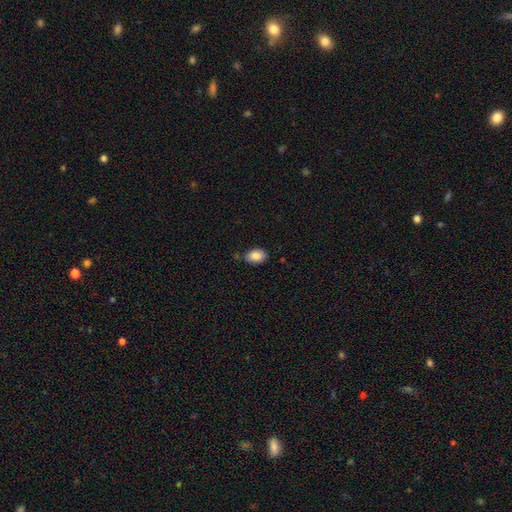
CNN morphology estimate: A smooth galaxy with no disk features (84%) that is in between round and cigar-shaped (85%). Merging: none (81%).